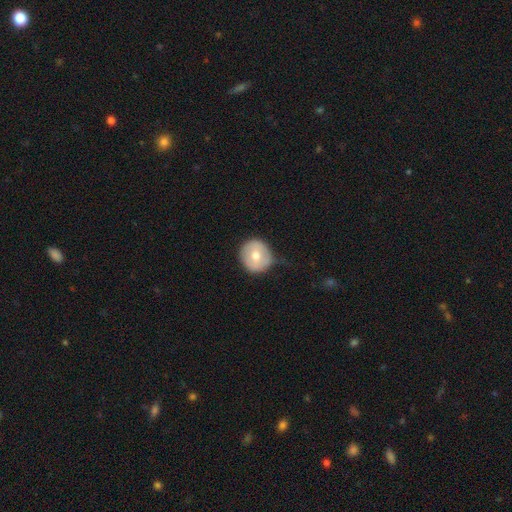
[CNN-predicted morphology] Smooth or featured: smooth — 65% (featured or disk — 28%)
How rounded: round — 90% (in between — 9%)
Merging: none — 66% (minor disturbance — 26%)